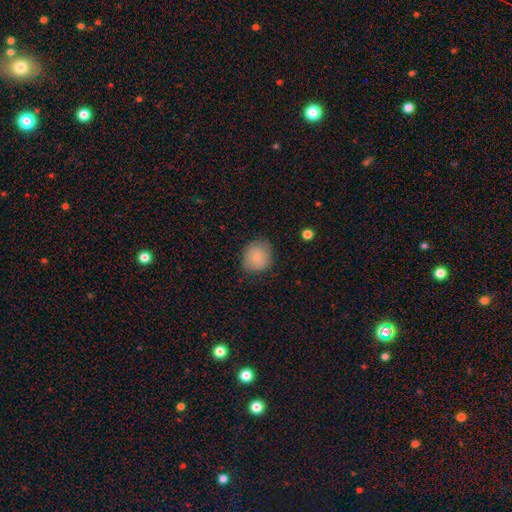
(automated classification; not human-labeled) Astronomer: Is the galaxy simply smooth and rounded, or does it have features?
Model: smooth — 80%.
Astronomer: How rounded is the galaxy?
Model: round — 79%.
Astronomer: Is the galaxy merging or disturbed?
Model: none — 72%.